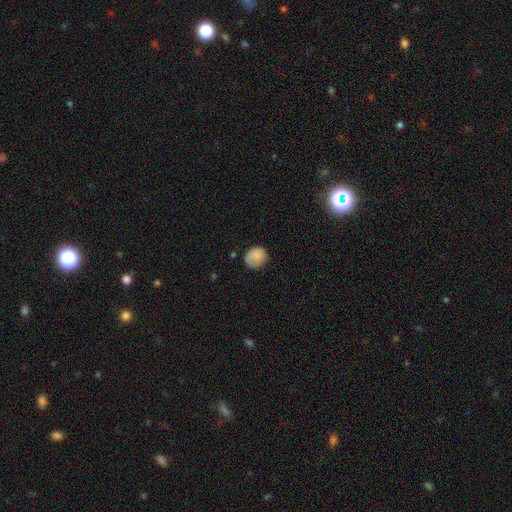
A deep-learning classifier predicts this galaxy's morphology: Smooth or featured?
  - smooth: 82% *
  - featured or disk: 10%
  - star or artifact: 8%
How rounded?
  - round: 72% *
  - in between: 27%
  - cigar-shaped: 1%
Merging?
  - none: 67% *
  - minor disturbance: 26%
  - major disturbance: 6%
  - merger: 2%